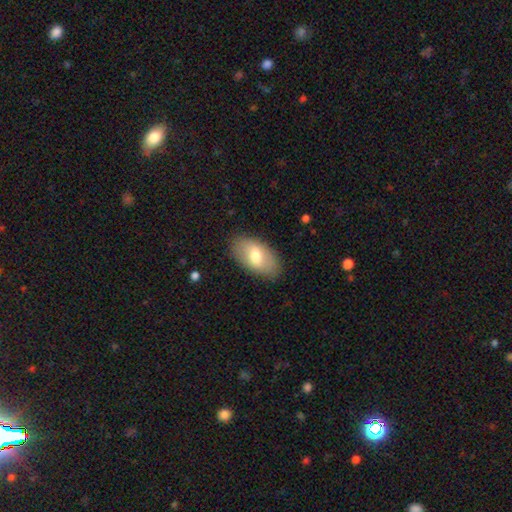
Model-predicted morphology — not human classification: Smooth or featured? Predicted: smooth (p=0.67). How rounded? Predicted: in between (p=0.94). Merging? Predicted: none (p=0.84).